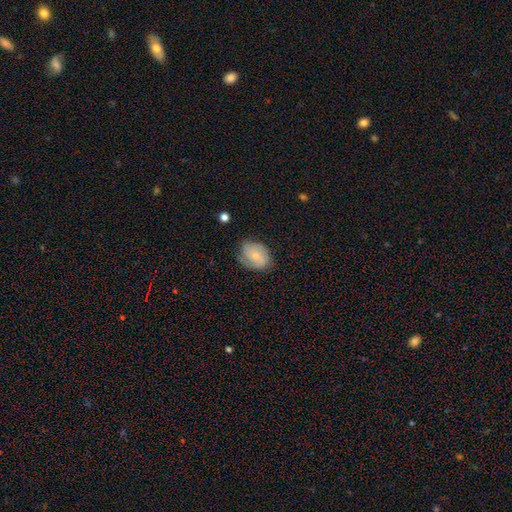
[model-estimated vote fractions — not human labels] This is possibly a featured or disk galaxy (53%). It is clearly not viewed edge-on (97%). Bar: likely no (73%). Spiral arm pattern: clearly yes (87%). Central bulge: likely small (69%). Merging: likely none (67%).